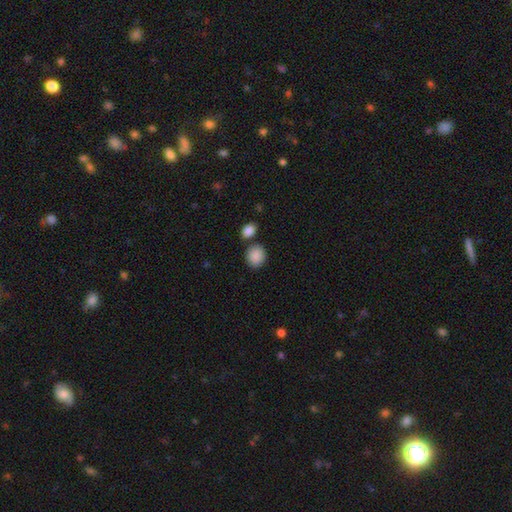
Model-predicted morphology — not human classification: smooth-or-featured: smooth: 89% | star or artifact: 7% | featured or disk: 4%
  how-rounded: round: 74% | in between: 25% | cigar-shaped: 1%
  merging: none: 76% | merger: 11% | minor disturbance: 10% | major disturbance: 3%